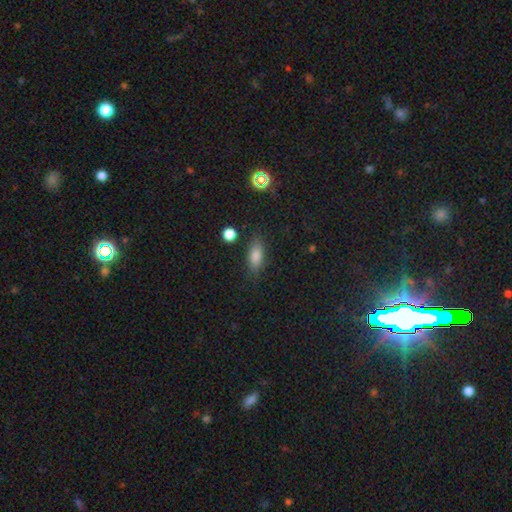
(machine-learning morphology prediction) smooth_or_featured: smooth (p=0.77) [alt: star or artifact p=0.13]
how_rounded: in between (p=0.78) [alt: cigar-shaped p=0.16]
merging: none (p=0.81) [alt: minor disturbance p=0.13]